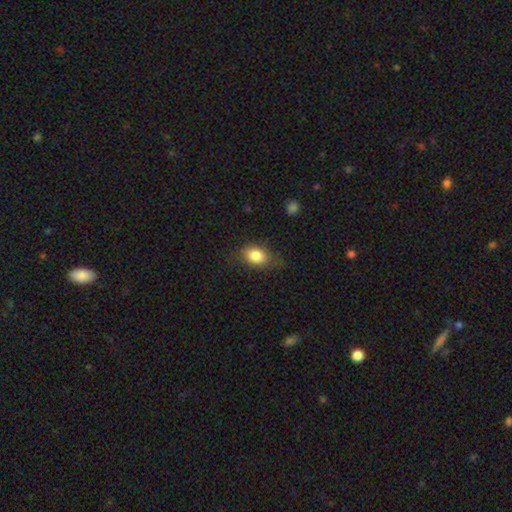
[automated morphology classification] This appears to be a smooth galaxy with no disk features (82%) that is in between round and cigar-shaped (70%). Merging: none (67%).